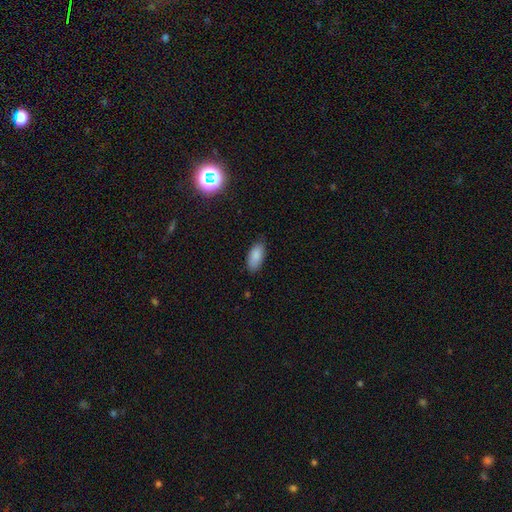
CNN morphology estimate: Overall: smooth (87%). How rounded: in between (91%). Merging: none (81%).